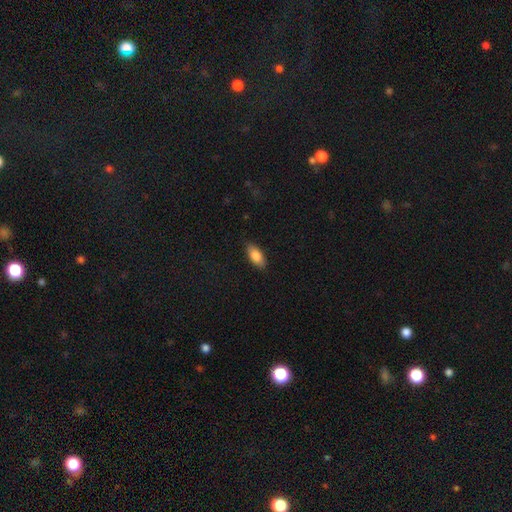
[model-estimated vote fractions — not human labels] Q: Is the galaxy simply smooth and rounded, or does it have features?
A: smooth — 83%.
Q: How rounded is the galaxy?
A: in between — 87%.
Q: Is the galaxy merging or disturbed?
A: none — 87%.